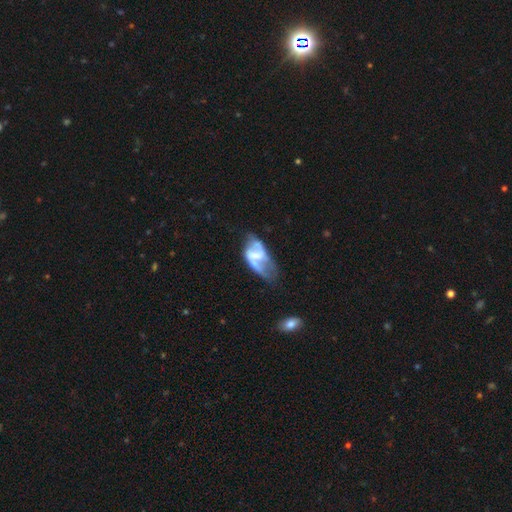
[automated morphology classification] Smooth or featured? featured or disk (65%)
Edge-on disk? no (95%)
Bar? weak (39%)
Spiral arms? yes (63%)
Bulge size? none (34%, tied with small)
Merging? major disturbance (33%)